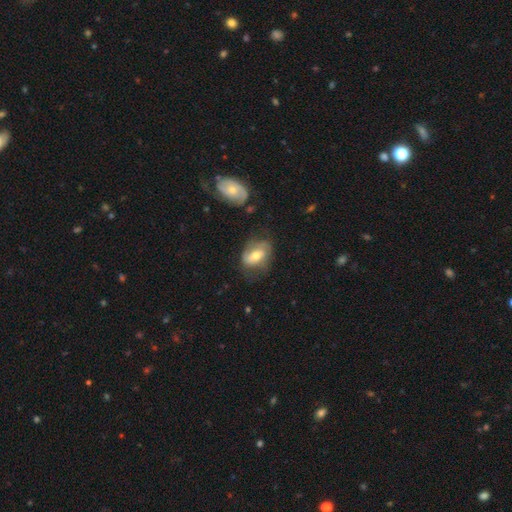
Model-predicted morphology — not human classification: This appears to be a featured or disk galaxy (51%). Merging: none (51%).